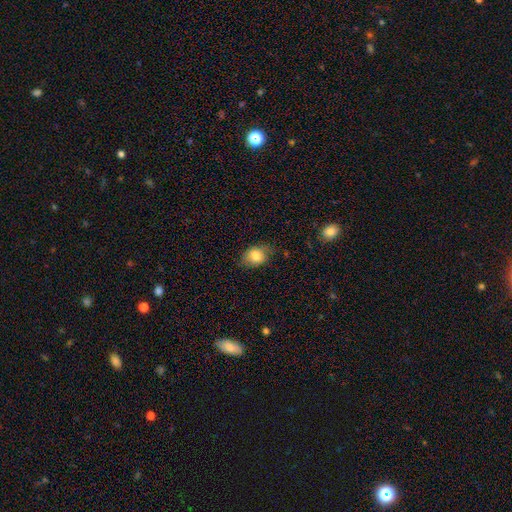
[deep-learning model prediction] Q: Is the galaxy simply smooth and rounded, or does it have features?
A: smooth — 82%.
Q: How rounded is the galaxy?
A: in between — 64%.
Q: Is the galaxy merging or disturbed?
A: none — 72%.